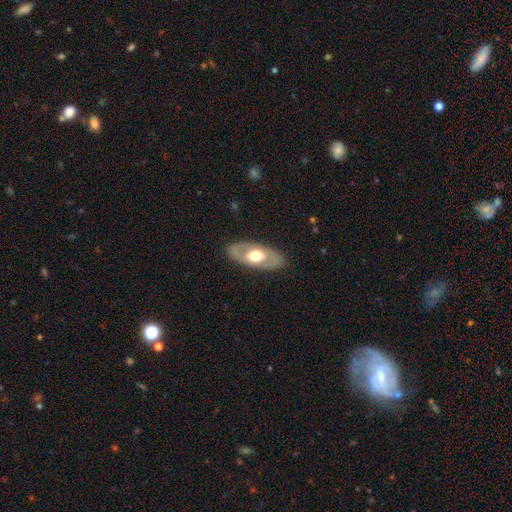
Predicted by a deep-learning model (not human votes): Smooth or featured? Predicted: featured or disk (p=0.58). Edge-on disk? Predicted: no (p=0.83). Merging? Predicted: none (p=0.85).